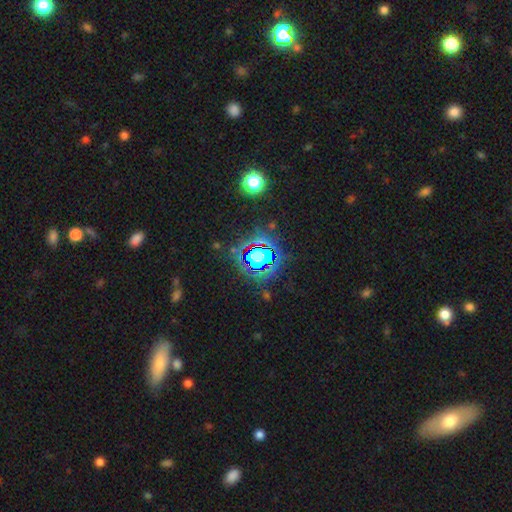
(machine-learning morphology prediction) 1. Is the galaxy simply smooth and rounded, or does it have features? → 65% star or artifact, 23% smooth, 12% featured or disk.